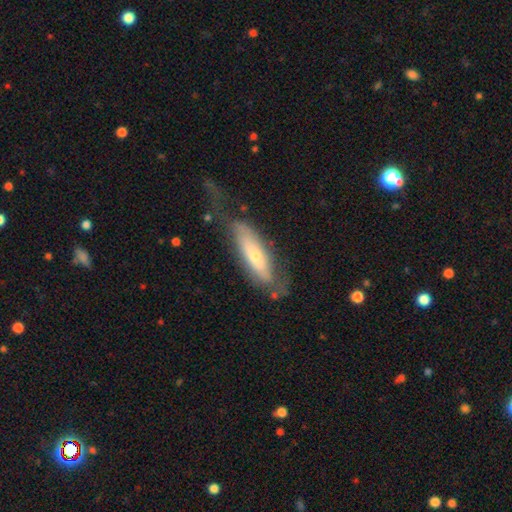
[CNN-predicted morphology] Smooth or featured? Predicted: smooth (p=0.51). How rounded? Predicted: cigar-shaped (p=0.53). Merging? Predicted: none (p=0.46).